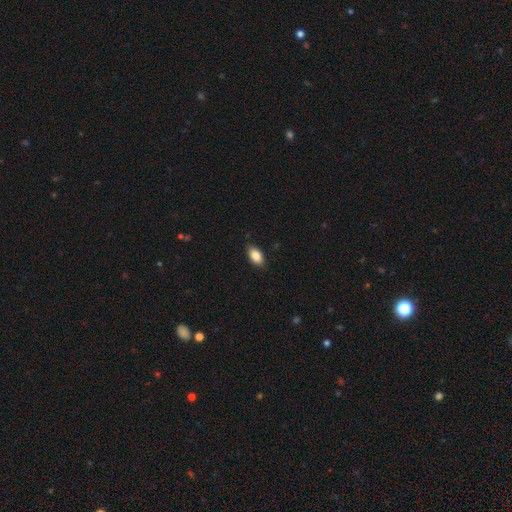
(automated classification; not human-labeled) The model was most divided on "merging": none: 87%, minor disturbance: 10%, major disturbance: 2%, merger: 1%. More confident: how rounded — in between (91%); smooth or featured — smooth (86%).